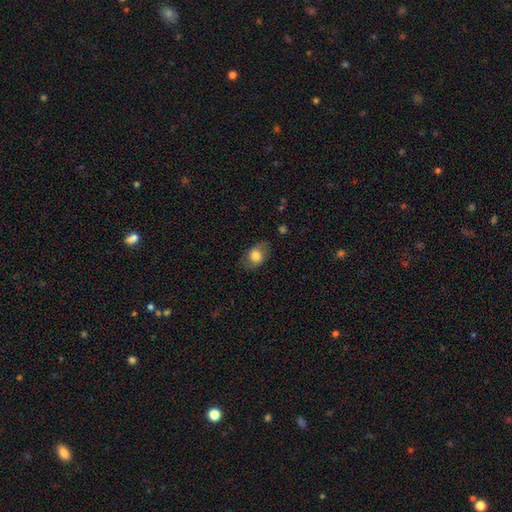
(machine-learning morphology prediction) type=smooth (77%); roundness=in between (70%); merging=none (74%).